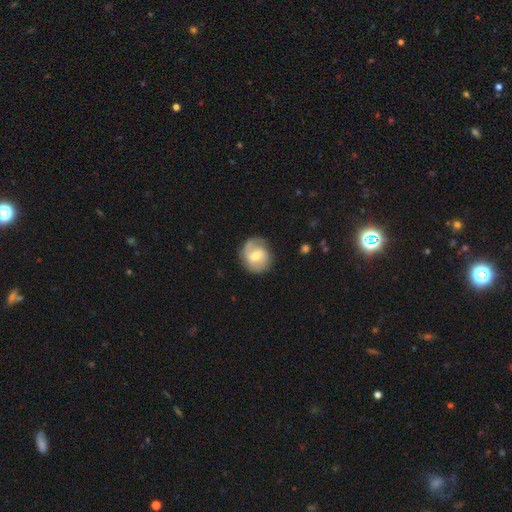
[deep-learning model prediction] smooth_or_featured: featured or disk (p=0.66) [alt: smooth p=0.28]
disk_edge_on: no (p=0.97) [alt: yes p=0.03]
bar: weak (p=0.55) [alt: no p=0.26]
has_spiral_arms: yes (p=0.87) [alt: no p=0.13]
spiral_winding: medium (p=0.45) [alt: tight p=0.33]
spiral_arm_count: 2 (p=0.76) [alt: 1 p=0.10]
bulge_size: moderate (p=0.63) [alt: small p=0.31]
merging: none (p=0.77) [alt: minor disturbance p=0.15]